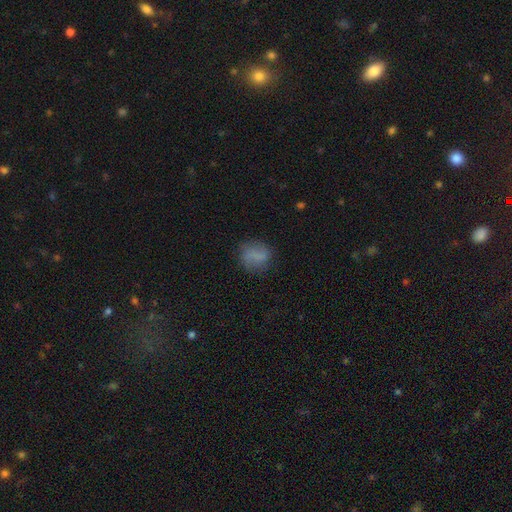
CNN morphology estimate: smooth-or-featured: smooth: 68% | featured or disk: 21% | star or artifact: 10%
  how-rounded: round: 61% | in between: 37% | cigar-shaped: 2%
  merging: none: 71% | minor disturbance: 20% | major disturbance: 8% | merger: 2%